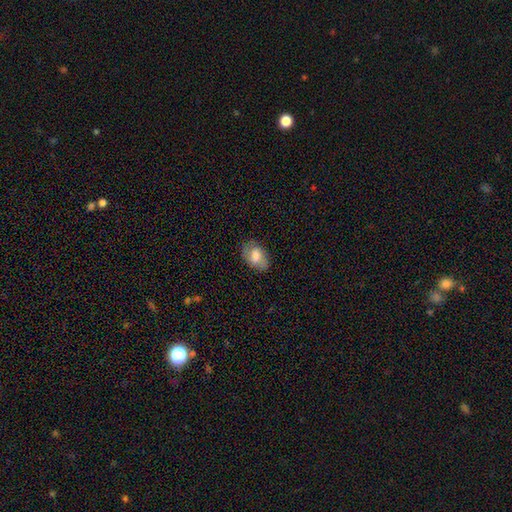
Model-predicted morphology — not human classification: Smooth or featured? Predicted: smooth (p=0.71). How rounded? Predicted: in between (p=0.88). Merging? Predicted: none (p=0.75).